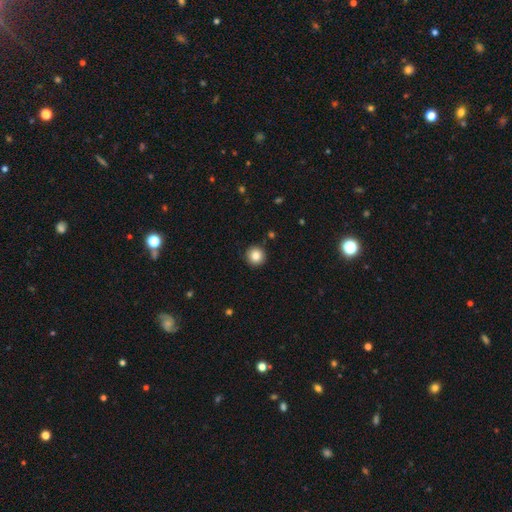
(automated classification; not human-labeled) Smooth or featured? Predicted: smooth (p=0.84). How rounded? Predicted: round (p=0.95). Merging? Predicted: none (p=0.91).